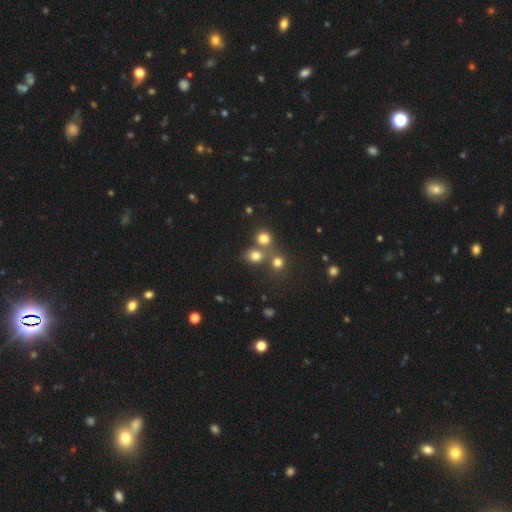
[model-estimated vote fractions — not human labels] A smooth galaxy with no disk features (75%) that is round (66%). Merging: none (56%).